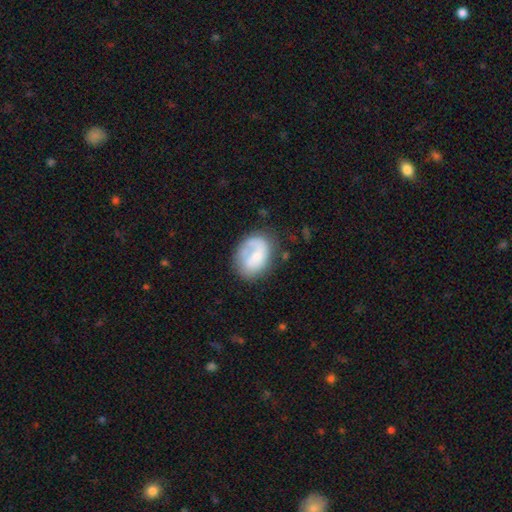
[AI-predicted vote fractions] The model was most divided on "smooth or featured": featured or disk: 48%, smooth: 45%, star or artifact: 7%. More confident: merging — none (57%).